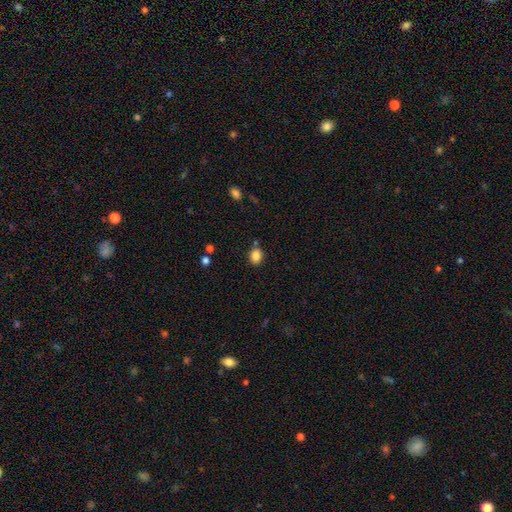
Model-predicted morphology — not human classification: Smooth or featured? smooth (86%)
How rounded? in between (59%)
Merging? none (77%)